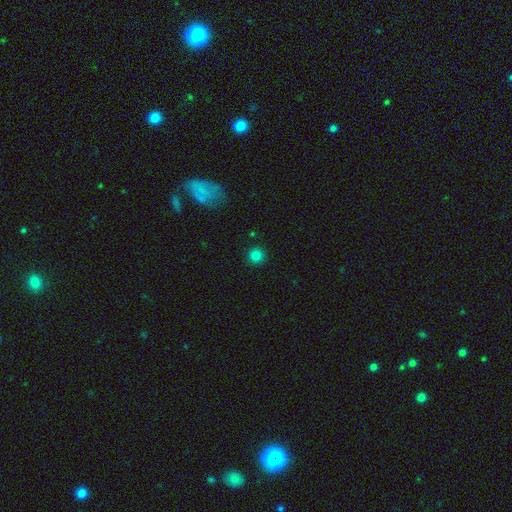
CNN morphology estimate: A smooth galaxy with no disk features (83%) that is round (95%).

Vote fractions:
- Smooth or featured? smooth: 83% / star or artifact: 13% / featured or disk: 5%
- How rounded? round: 95% / in between: 4% / cigar-shaped: 1%
- Merging? none: 91% / minor disturbance: 5% / major disturbance: 2% / merger: 1%